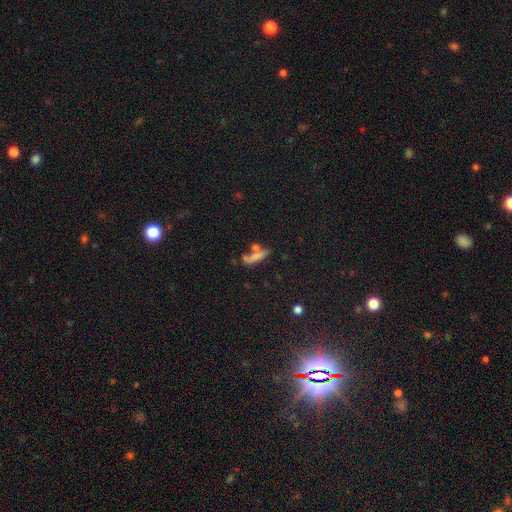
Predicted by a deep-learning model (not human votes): A smooth galaxy with no disk features (66%) that is cigar-shaped (69%).

Vote fractions:
- Smooth or featured? smooth: 66% / featured or disk: 22% / star or artifact: 12%
- How rounded? cigar-shaped: 69% / in between: 27% / round: 4%
- Merging? none: 47% / merger: 29% / minor disturbance: 16% / major disturbance: 9%